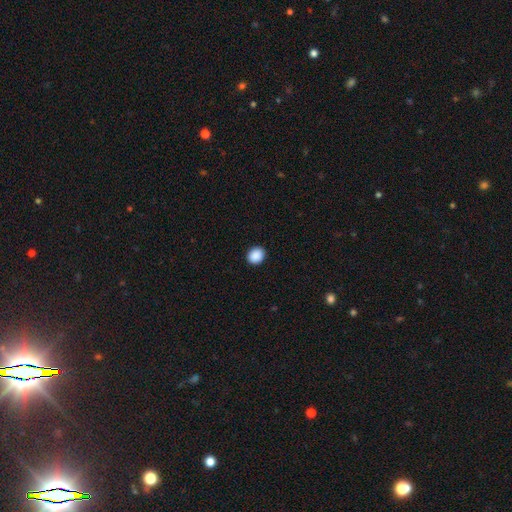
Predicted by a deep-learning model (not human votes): This appears to be a smooth galaxy with no disk features (89%) that is round (67%). Merging: none (92%).